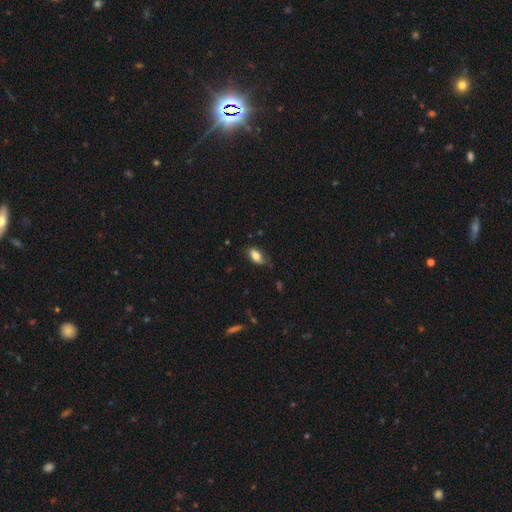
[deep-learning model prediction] Morphology: type=smooth (79%); roundness=in between (90%); merging=none (62%).